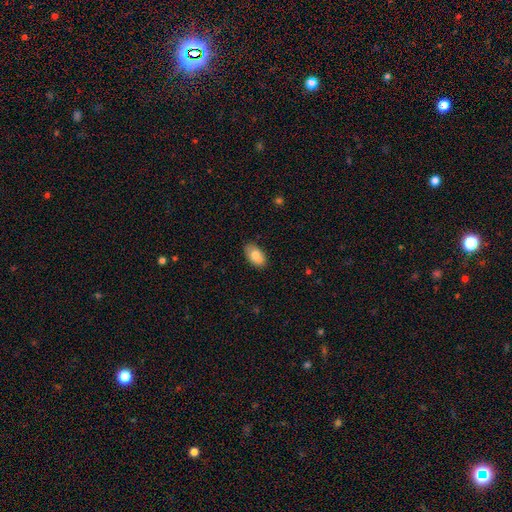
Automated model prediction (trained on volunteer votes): Smooth or featured? smooth (80%)
How rounded? in between (94%)
Merging? none (82%)